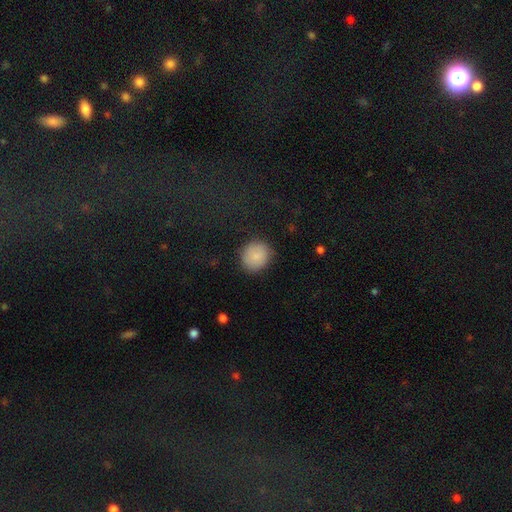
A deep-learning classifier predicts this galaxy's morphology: Smooth or featured?
  - smooth: 86% *
  - star or artifact: 8%
  - featured or disk: 6%
How rounded?
  - round: 83% *
  - in between: 16%
  - cigar-shaped: 1%
Merging?
  - none: 85% *
  - minor disturbance: 11%
  - major disturbance: 3%
  - merger: 1%